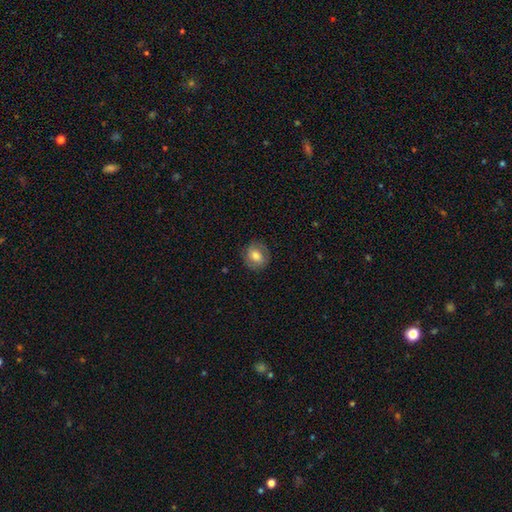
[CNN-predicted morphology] type=smooth (66%); roundness=round (70%); merging=none (82%).